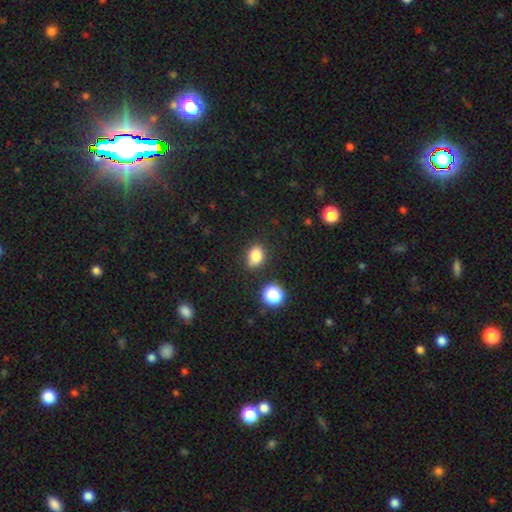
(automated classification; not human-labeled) smooth 81%, star or artifact 13%, featured or disk 6%. Down the decision tree: how rounded — in between (59%); merging — none (71%).